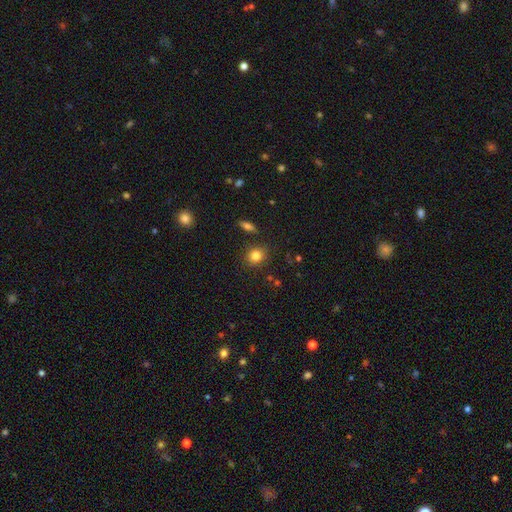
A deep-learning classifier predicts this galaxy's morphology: Smooth or featured: smooth — 83% (star or artifact — 11%)
How rounded: round — 68% (in between — 31%)
Merging: none — 84% (minor disturbance — 10%)